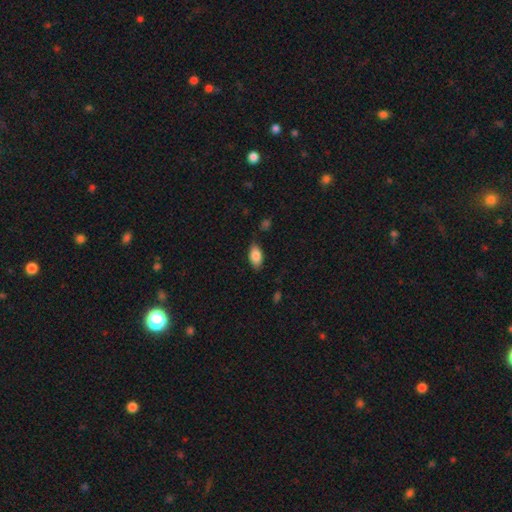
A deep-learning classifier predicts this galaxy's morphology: Smooth or featured?
  - smooth: 85% *
  - featured or disk: 8%
  - star or artifact: 7%
How rounded?
  - in between: 92% *
  - cigar-shaped: 5%
  - round: 4%
Merging?
  - none: 80% *
  - minor disturbance: 15%
  - major disturbance: 3%
  - merger: 1%